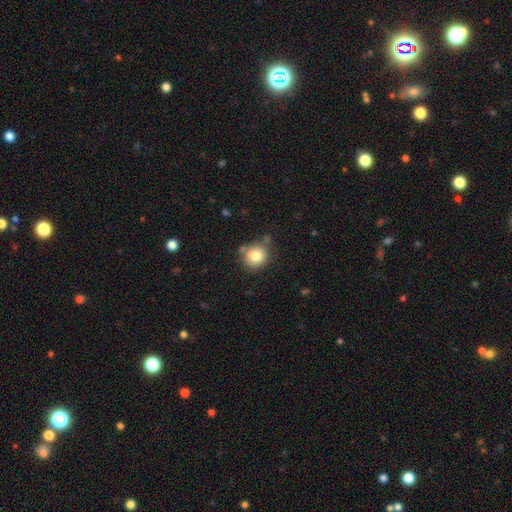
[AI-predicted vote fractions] Smooth or featured? smooth (80%)
How rounded? round (86%)
Merging? none (68%)